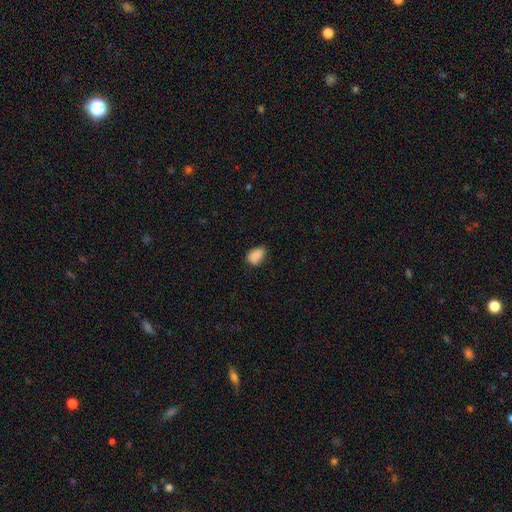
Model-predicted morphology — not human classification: The model was most divided on "merging": none: 70%, minor disturbance: 24%, major disturbance: 4%, merger: 1%. More confident: smooth or featured — smooth (87%); how rounded — in between (84%).